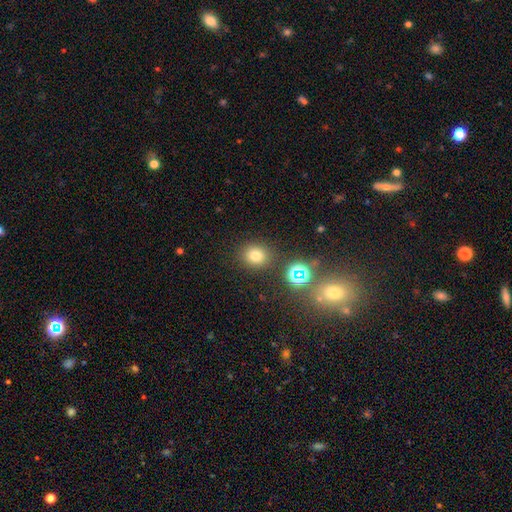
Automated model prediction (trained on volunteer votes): Smooth or featured? Predicted: smooth (p=0.72). How rounded? Predicted: round (p=0.78). Merging? Predicted: none (p=0.84).